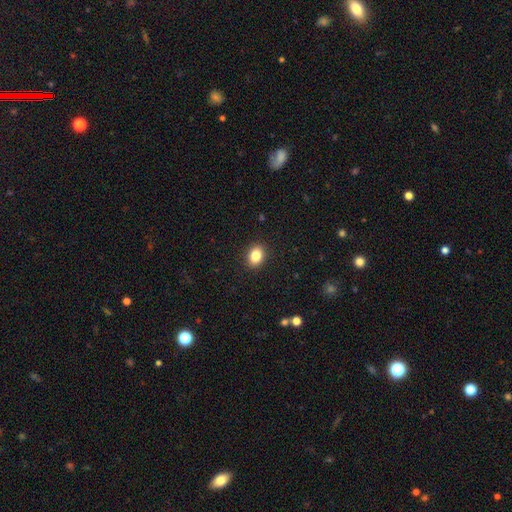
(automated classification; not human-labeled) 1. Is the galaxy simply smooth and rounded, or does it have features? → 85% smooth, 9% star or artifact, 6% featured or disk.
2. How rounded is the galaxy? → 65% in between, 34% round, 1% cigar-shaped.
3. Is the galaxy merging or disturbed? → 91% none, 7% minor disturbance, 2% major disturbance, 1% merger.